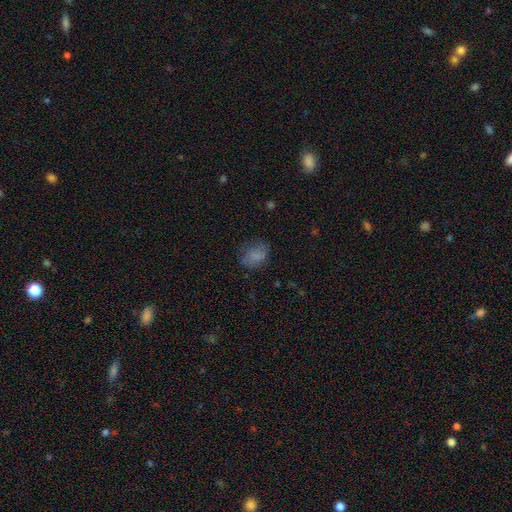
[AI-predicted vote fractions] Smooth or featured? Predicted: smooth (p=0.69). How rounded? Predicted: in between (p=0.69). Merging? Predicted: none (p=0.71).